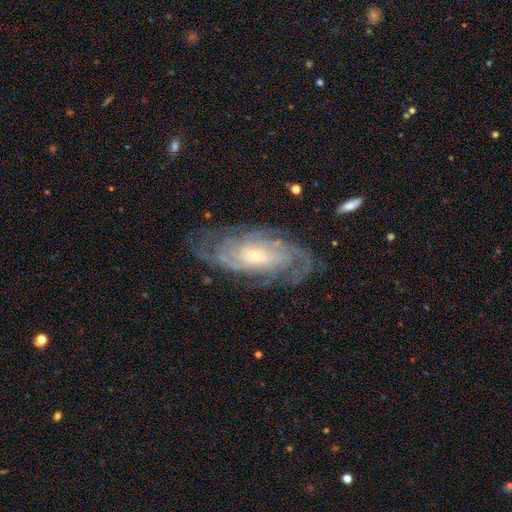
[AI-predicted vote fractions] smooth-or-featured: featured or disk: 85% | smooth: 8% | star or artifact: 6%
  disk-edge-on: no: 93% | yes: 7%
    bar: no: 65% | weak: 27% | strong: 8%
    has-spiral-arms: yes: 96% | no: 4%
      spiral-winding: tight: 68% | medium: 26% | loose: 6%
      spiral-arm-count: can't tell: 38% | 4: 20% | 3: 14% | 2: 12% | more than 4: 10% | 1: 5%
    bulge-size: small: 68% | moderate: 26% | large: 3% | none: 2% | dominant: 1%
  merging: none: 74% | minor disturbance: 17% | major disturbance: 8% | merger: 1%